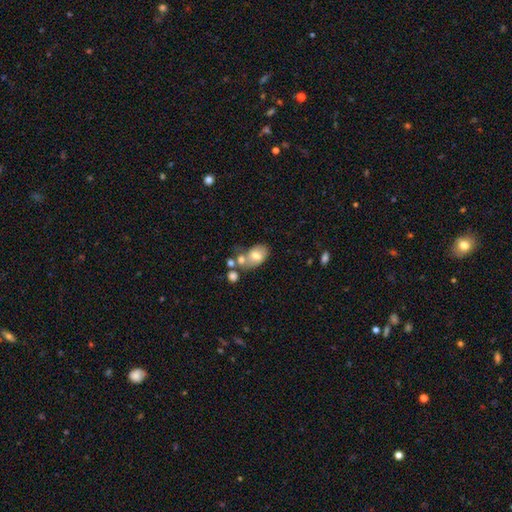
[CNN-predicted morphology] A smooth galaxy with no disk features (67%) that is in between round and cigar-shaped (83%). Merging: merger (38%).